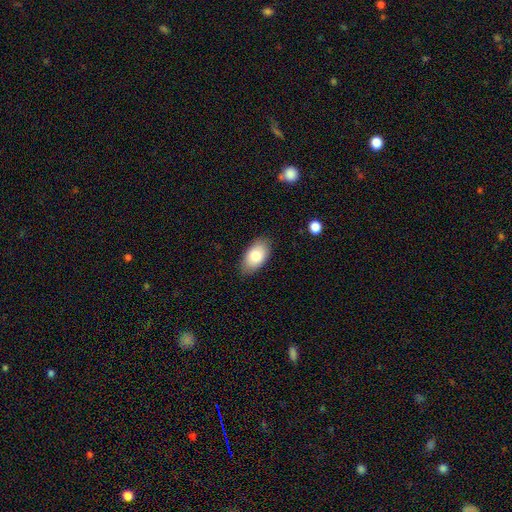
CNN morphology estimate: The model was most divided on "merging": none: 83%, minor disturbance: 13%, major disturbance: 3%, merger: 1%. More confident: how rounded — in between (94%); smooth or featured — smooth (83%).